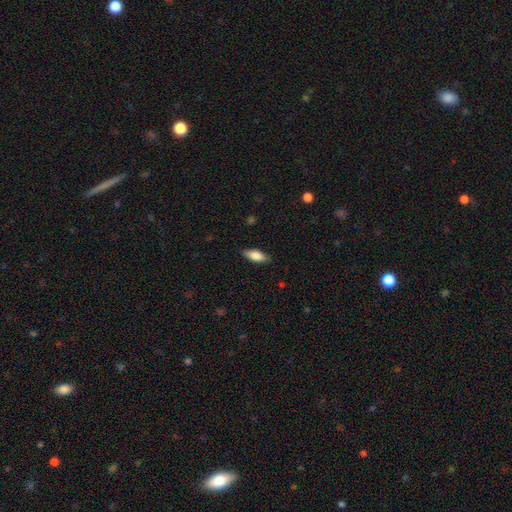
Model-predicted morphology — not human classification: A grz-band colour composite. It shows a smooth galaxy with no disk features (78%) that is in between round and cigar-shaped (75%). Merging: none (87%).